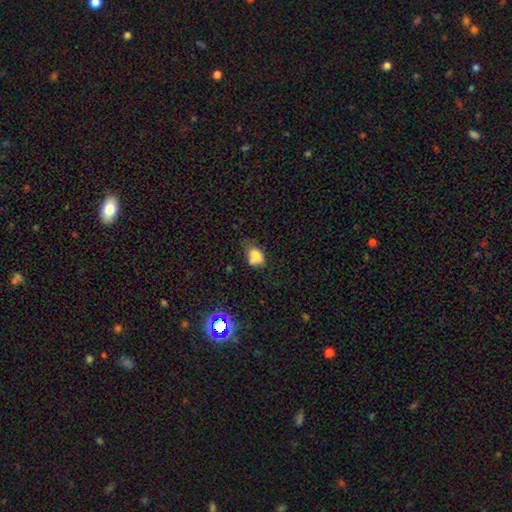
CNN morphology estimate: Smooth or featured?
  - smooth: 75% *
  - star or artifact: 12%
  - featured or disk: 12%
How rounded?
  - in between: 73% *
  - round: 26%
  - cigar-shaped: 1%
Merging?
  - none: 44% *
  - minor disturbance: 31%
  - merger: 15%
  - major disturbance: 10%